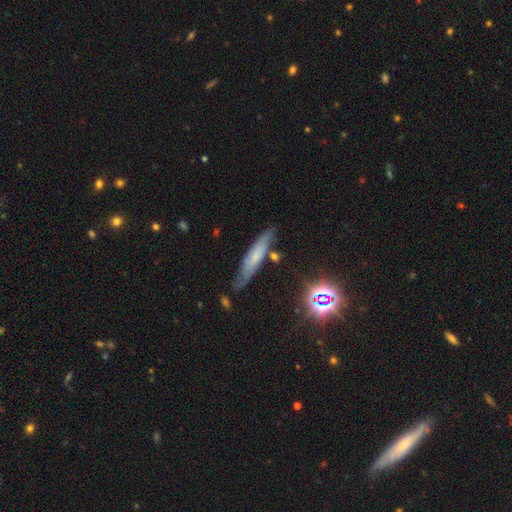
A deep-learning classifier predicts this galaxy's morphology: A smooth galaxy with no disk features (50%). Merging: none (75%).